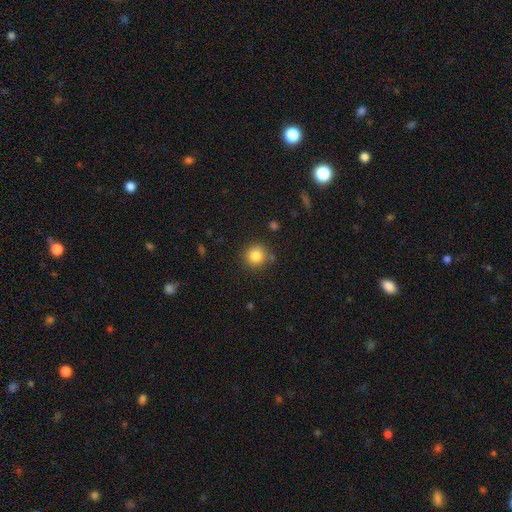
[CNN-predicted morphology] smooth-or-featured: smooth: 83% | star or artifact: 11% | featured or disk: 6%
  how-rounded: round: 92% | in between: 7% | cigar-shaped: 1%
  merging: none: 84% | minor disturbance: 9% | merger: 4% | major disturbance: 3%